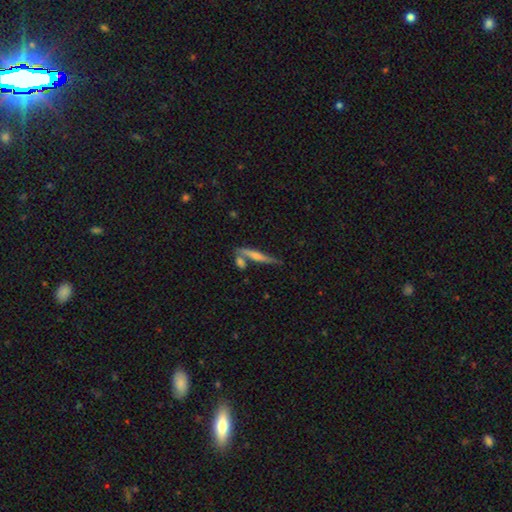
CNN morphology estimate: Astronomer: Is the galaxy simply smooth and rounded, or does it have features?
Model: featured or disk — 58%.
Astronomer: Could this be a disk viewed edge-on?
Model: yes — 94%.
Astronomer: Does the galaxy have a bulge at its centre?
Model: rounded — 68%.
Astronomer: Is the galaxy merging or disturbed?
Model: none — 67%.